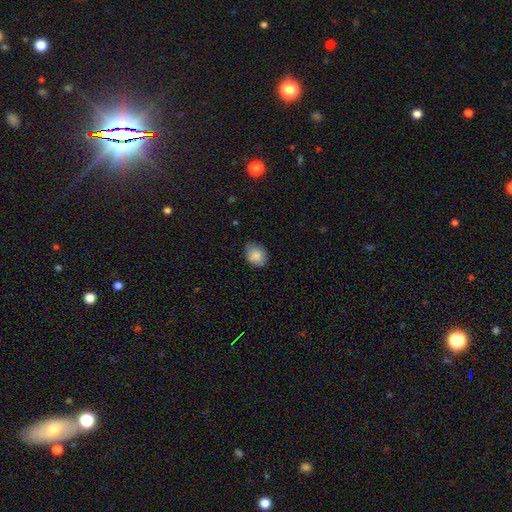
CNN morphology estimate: type=smooth (86%); roundness=in between (63%); merging=none (78%).